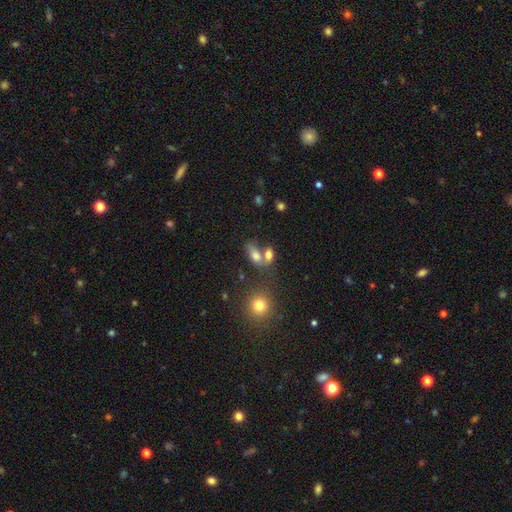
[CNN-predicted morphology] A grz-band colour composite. It shows a smooth galaxy with no disk features (75%) that is in between round and cigar-shaped (83%). Merging: merger (44%).